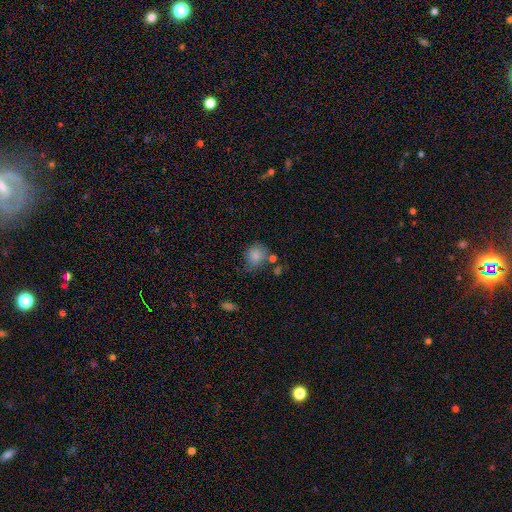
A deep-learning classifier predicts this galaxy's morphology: Smooth or featured?
  - smooth: 83% *
  - star or artifact: 10%
  - featured or disk: 7%
How rounded?
  - round: 76% *
  - in between: 23%
  - cigar-shaped: 1%
Merging?
  - none: 61% *
  - minor disturbance: 21%
  - merger: 10%
  - major disturbance: 7%